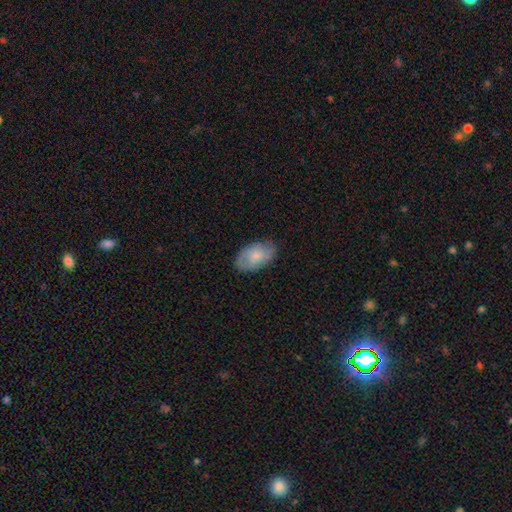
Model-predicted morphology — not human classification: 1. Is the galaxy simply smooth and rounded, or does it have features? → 68% smooth, 26% featured or disk, 6% star or artifact.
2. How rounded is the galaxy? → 93% in between, 6% round, 1% cigar-shaped.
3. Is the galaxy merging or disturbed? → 79% none, 17% minor disturbance, 3% major disturbance, 1% merger.